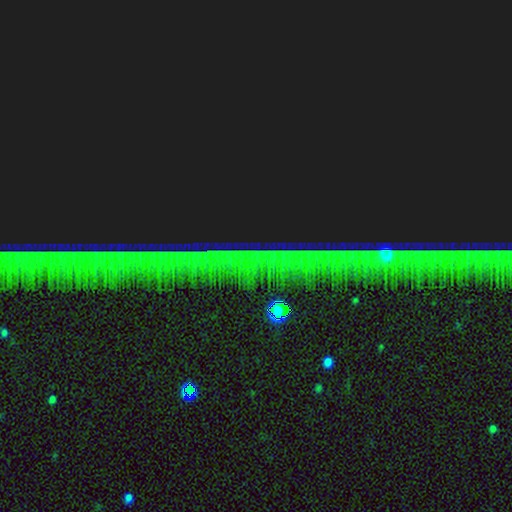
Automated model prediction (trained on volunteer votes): smooth_or_featured: star or artifact (p=0.85) [alt: featured or disk p=0.08]